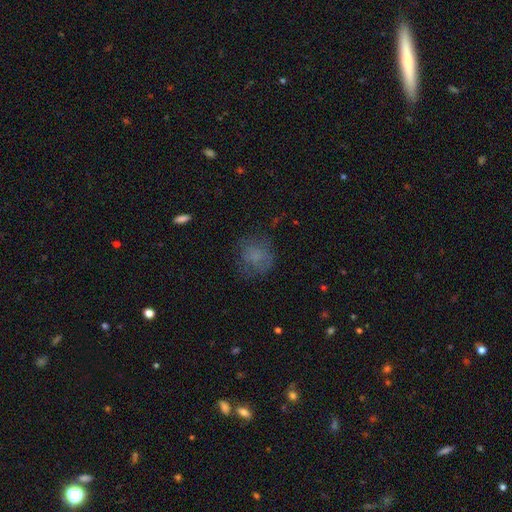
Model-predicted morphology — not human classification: smooth 64%, featured or disk 21%, star or artifact 15%. Down the decision tree: how rounded — round (72%); merging — none (61%).